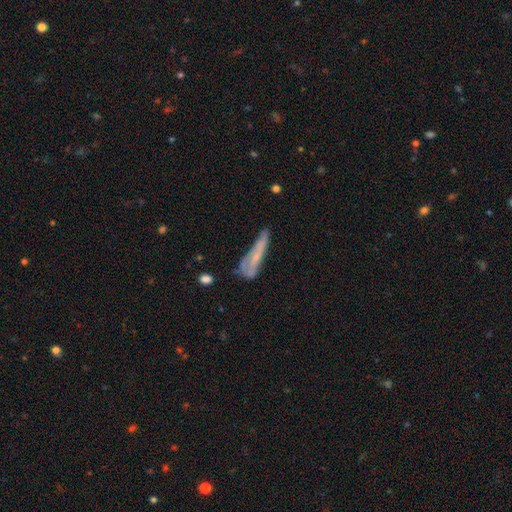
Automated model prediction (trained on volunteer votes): A featured or disk galaxy (45%, tied with smooth). Merging: none (40%).